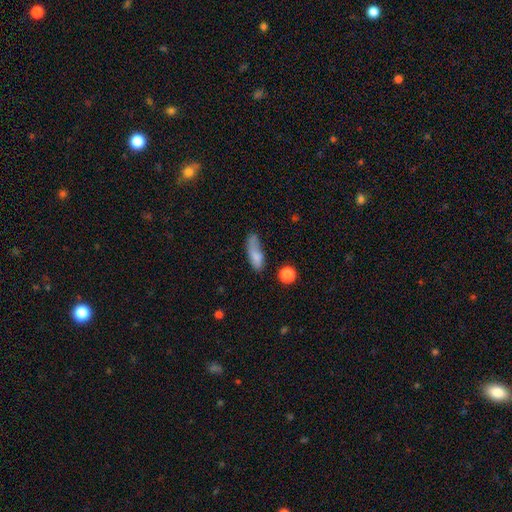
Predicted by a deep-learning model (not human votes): A smooth galaxy with no disk features (79%) that is in between round and cigar-shaped (60%). Merging: none (48%).